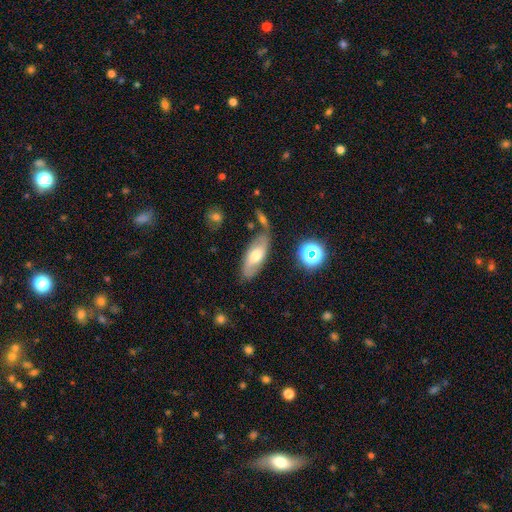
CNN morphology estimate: Smooth or featured?
  - smooth: 55% *
  - featured or disk: 36%
  - star or artifact: 9%
How rounded?
  - in between: 77% *
  - cigar-shaped: 19%
  - round: 4%
Merging?
  - none: 72% *
  - minor disturbance: 17%
  - merger: 7%
  - major disturbance: 5%